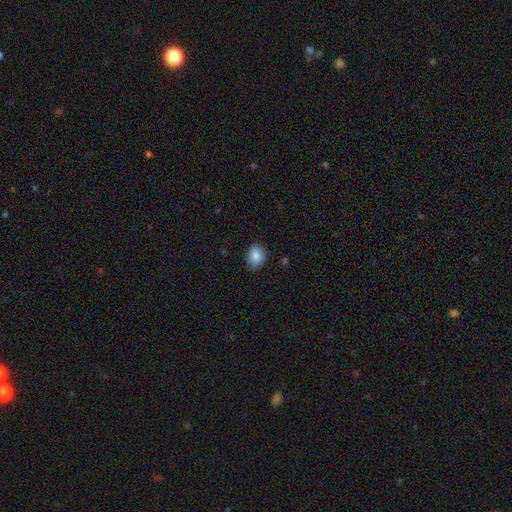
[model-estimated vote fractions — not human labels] Smooth or featured? Predicted: smooth (p=0.85). How rounded? Predicted: in between (p=0.64). Merging? Predicted: none (p=0.81).